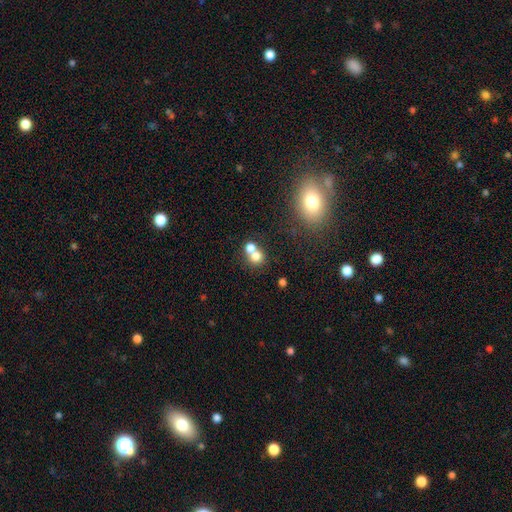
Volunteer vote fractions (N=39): Volunteers were most divided on "merging" (2-way tie): none: 47%, merger: 47%, major disturbance: 6%, minor disturbance: 0%. More confident: how rounded — round (87%); smooth or featured — smooth (77%).